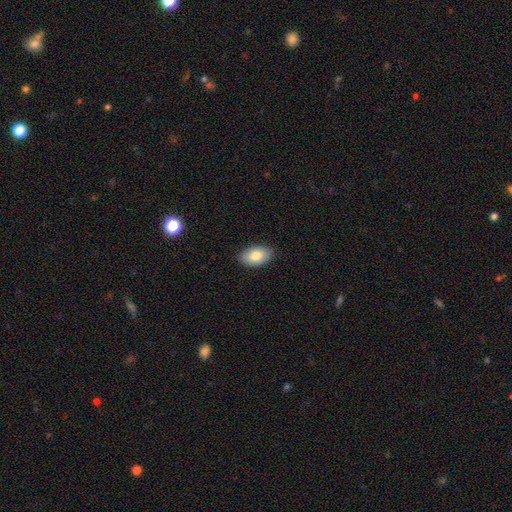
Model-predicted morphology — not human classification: This is clearly a smooth galaxy (82%). How rounded: clearly in between (93%). Merging: clearly none (87%).